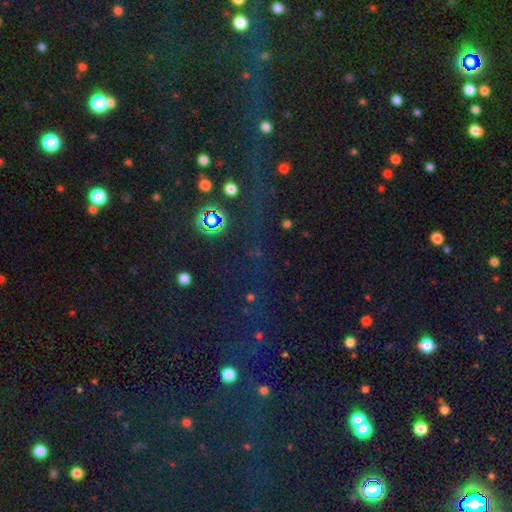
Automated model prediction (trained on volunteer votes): A star or artifact, not a galaxy (75%).

Vote fractions:
- Smooth or featured? star or artifact: 75% / smooth: 16% / featured or disk: 9%